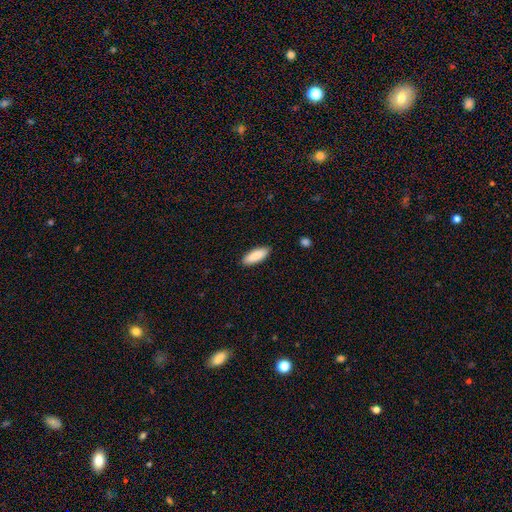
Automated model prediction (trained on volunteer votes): This is clearly a smooth galaxy (89%). How rounded: likely in between (65%). Merging: clearly none (88%).